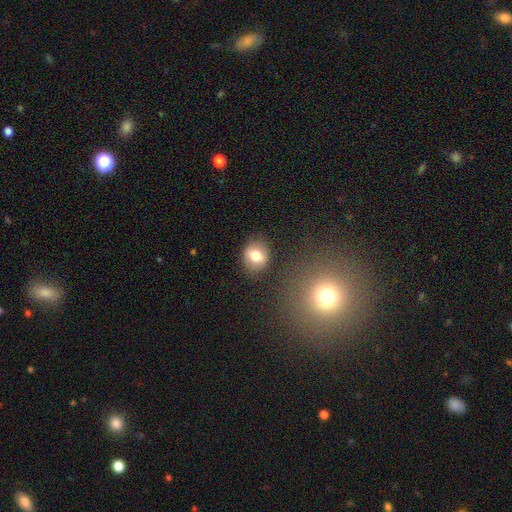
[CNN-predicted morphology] A smooth galaxy with no disk features (75%) that is round (64%).

Vote fractions:
- Smooth or featured? smooth: 75% / featured or disk: 16% / star or artifact: 10%
- How rounded? round: 64% / in between: 35% / cigar-shaped: 1%
- Merging? none: 85% / minor disturbance: 9% / major disturbance: 3% / merger: 3%